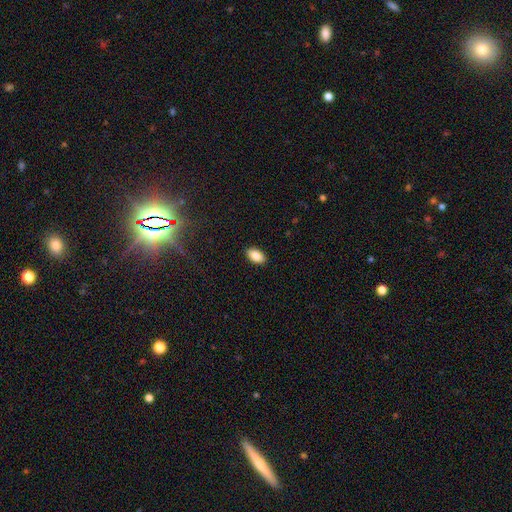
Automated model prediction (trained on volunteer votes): smooth_or_featured: smooth (p=0.86) [alt: star or artifact p=0.08]
how_rounded: in between (p=0.93) [alt: round p=0.05]
merging: none (p=0.89) [alt: minor disturbance p=0.08]